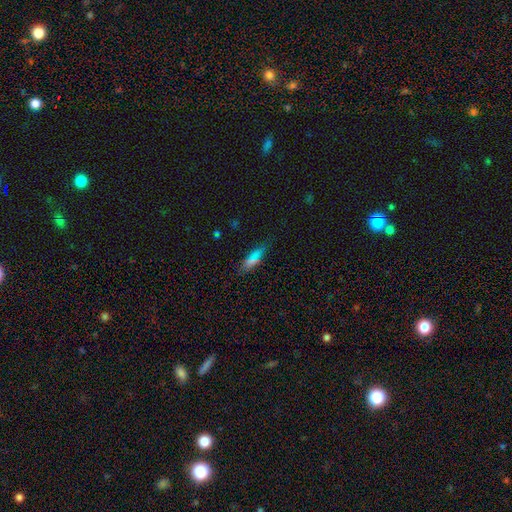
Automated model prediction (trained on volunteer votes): The model was most divided on "smooth or featured": smooth: 46%, featured or disk: 28%, star or artifact: 26%. More confident: merging — none (68%).